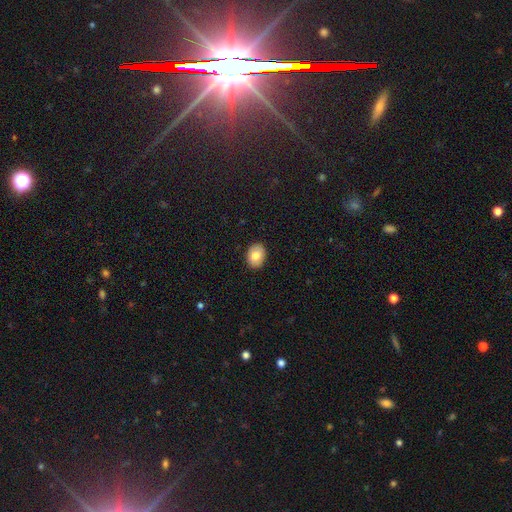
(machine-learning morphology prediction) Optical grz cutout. It shows a smooth galaxy with no disk features (79%) that is in between round and cigar-shaped (70%). Merging: none (89%).